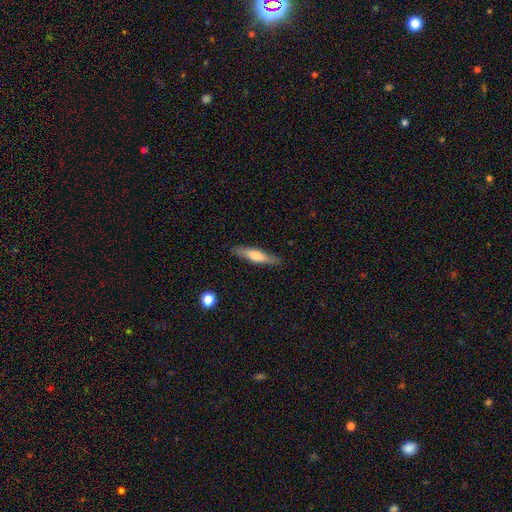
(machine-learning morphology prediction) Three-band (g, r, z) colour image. It shows a smooth galaxy with no disk features (58%) that is cigar-shaped (83%). Merging: none (86%).